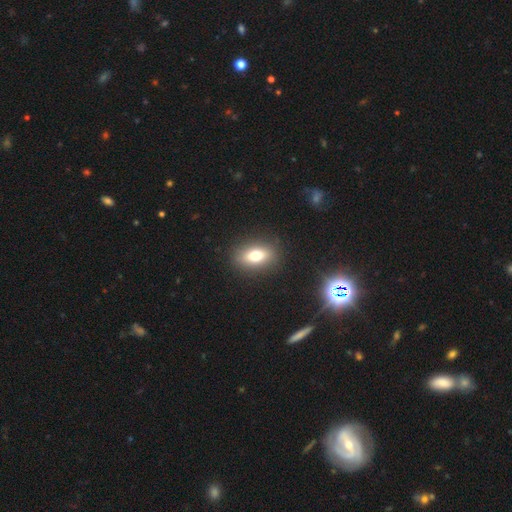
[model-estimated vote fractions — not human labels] smooth-or-featured: smooth: 70% | featured or disk: 18% | star or artifact: 11%
  how-rounded: in between: 77% | round: 16% | cigar-shaped: 7%
  merging: none: 88% | minor disturbance: 8% | major disturbance: 3% | merger: 1%